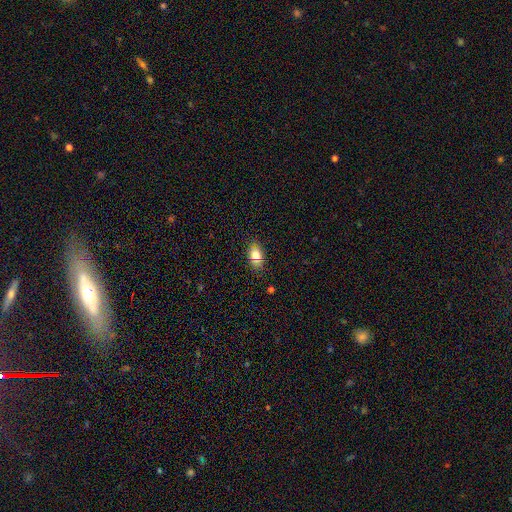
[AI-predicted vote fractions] Smooth or featured?
  - smooth: 77% *
  - featured or disk: 12%
  - star or artifact: 10%
How rounded?
  - in between: 82% *
  - round: 13%
  - cigar-shaped: 5%
Merging?
  - none: 84% *
  - minor disturbance: 12%
  - major disturbance: 3%
  - merger: 1%